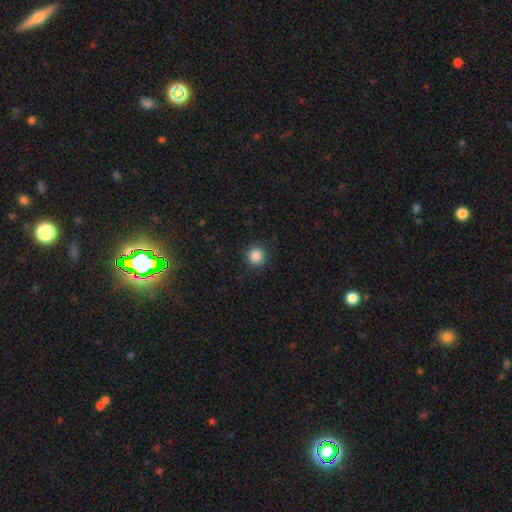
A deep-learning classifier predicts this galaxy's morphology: Smooth or featured?
  - smooth: 86% *
  - star or artifact: 11%
  - featured or disk: 4%
How rounded?
  - round: 94% *
  - in between: 5%
  - cigar-shaped: 1%
Merging?
  - none: 90% *
  - minor disturbance: 6%
  - major disturbance: 2%
  - merger: 1%